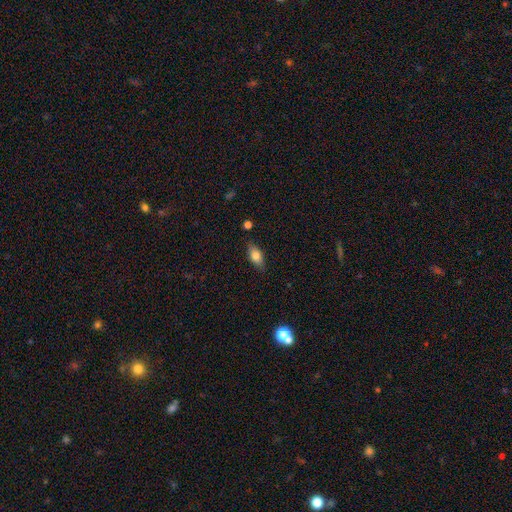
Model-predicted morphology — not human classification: The model was most divided on "smooth or featured": smooth: 75%, featured or disk: 17%, star or artifact: 8%. More confident: how rounded — in between (86%); merging — none (83%).